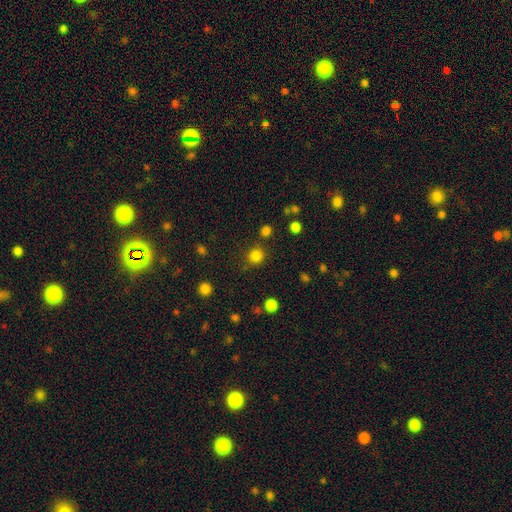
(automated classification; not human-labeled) Smooth or featured? smooth (82%)
How rounded? round (92%)
Merging? none (84%)